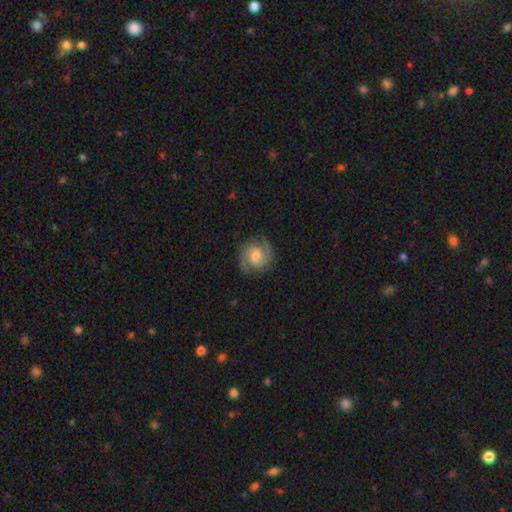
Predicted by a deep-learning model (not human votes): featured or disk 72%, smooth 21%, star or artifact 7%. Down the decision tree: edge-on disk — no (98%); bar — no (54%); spiral arms — yes (94%); spiral arm count — 2 (84%); spiral winding — medium (47%); bulge size — moderate (57%); merging — none (80%).